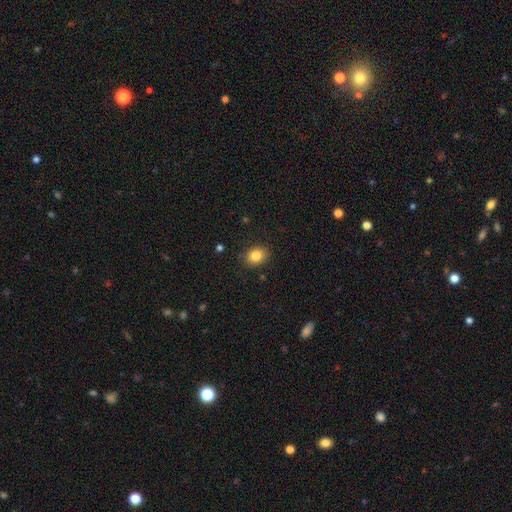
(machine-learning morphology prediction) Smooth or featured? Predicted: smooth (p=0.83). How rounded? Predicted: round (p=0.53). Merging? Predicted: none (p=0.89).